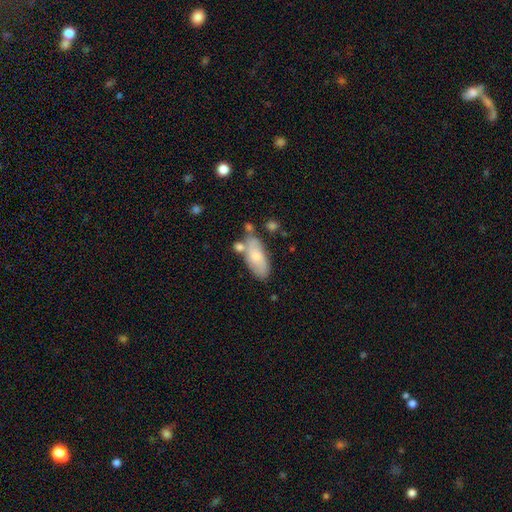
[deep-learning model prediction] smooth-or-featured: smooth: 67% | featured or disk: 27% | star or artifact: 6%
  how-rounded: in between: 84% | cigar-shaped: 13% | round: 3%
  merging: none: 58% | minor disturbance: 21% | merger: 14% | major disturbance: 6%